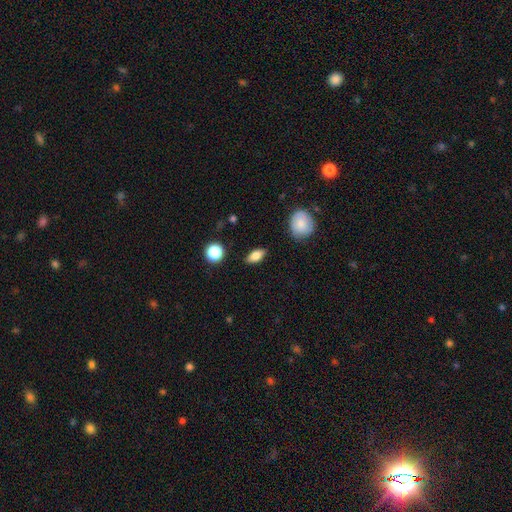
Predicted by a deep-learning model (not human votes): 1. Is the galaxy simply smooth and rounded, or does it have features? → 77% smooth, 15% featured or disk, 8% star or artifact.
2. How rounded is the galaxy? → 81% in between, 11% cigar-shaped, 8% round.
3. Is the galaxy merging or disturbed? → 86% none, 10% minor disturbance, 2% major disturbance, 2% merger.